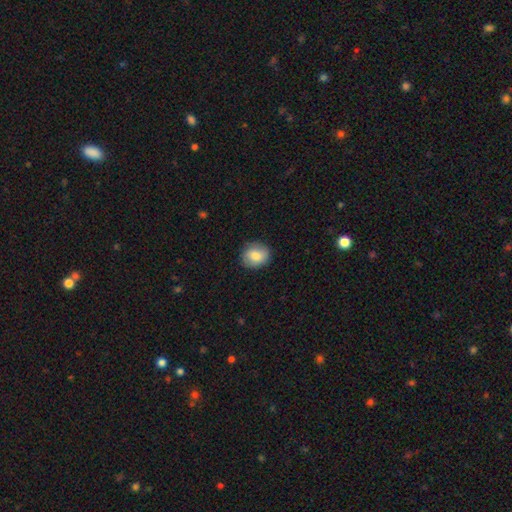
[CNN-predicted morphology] This is likely a smooth galaxy (78%). How rounded: likely round (72%). Merging: clearly none (86%).